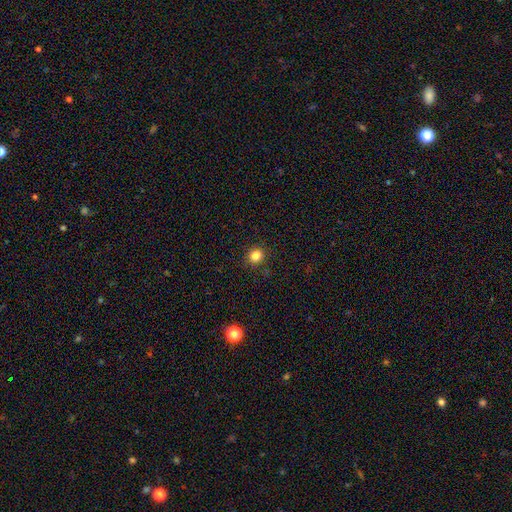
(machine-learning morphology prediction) The model was most divided on "smooth or featured": smooth: 83%, star or artifact: 13%, featured or disk: 5%. More confident: merging — none (91%); how rounded — round (89%).